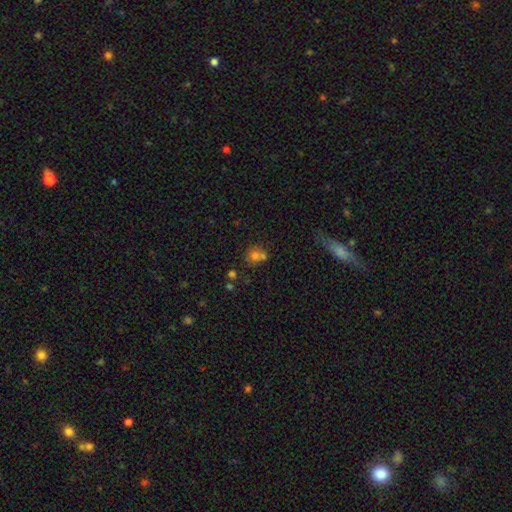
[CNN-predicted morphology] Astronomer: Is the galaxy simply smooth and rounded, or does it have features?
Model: smooth — 69%.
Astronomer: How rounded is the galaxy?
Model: round — 80%.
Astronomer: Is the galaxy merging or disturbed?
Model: none — 48% (runner-up: merger, 37%).